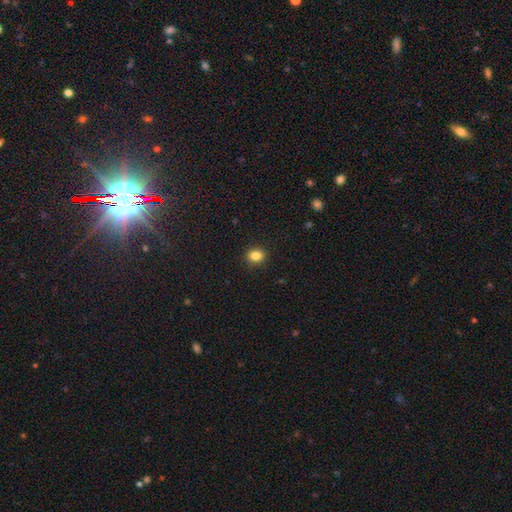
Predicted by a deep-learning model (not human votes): Overall: smooth (84%). How rounded: round (65%; in between 34%). Merging: none (91%).